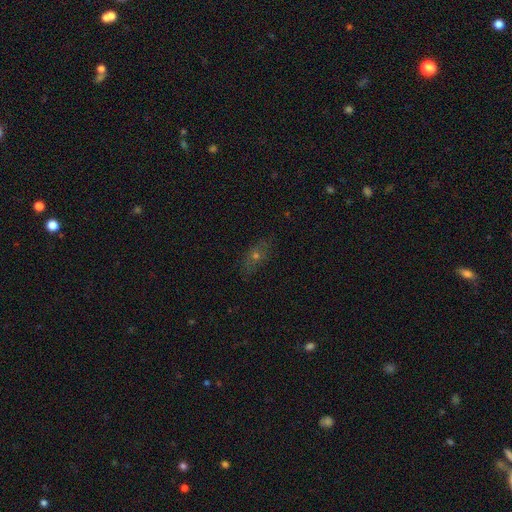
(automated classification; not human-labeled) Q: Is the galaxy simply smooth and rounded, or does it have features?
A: smooth — 42%.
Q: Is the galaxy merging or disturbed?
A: none — 79%.